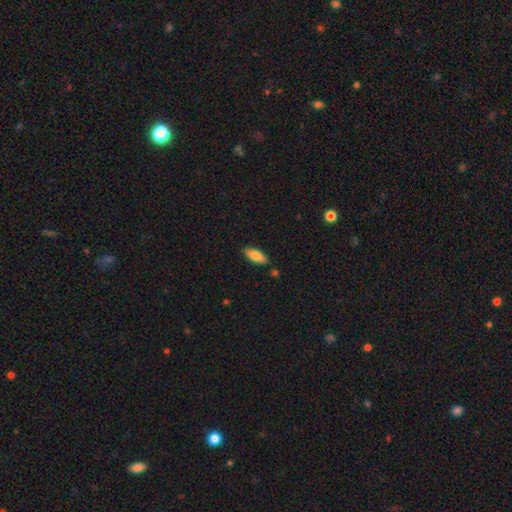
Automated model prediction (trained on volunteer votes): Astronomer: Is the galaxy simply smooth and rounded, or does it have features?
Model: smooth — 83%.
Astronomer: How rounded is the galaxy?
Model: in between — 77%.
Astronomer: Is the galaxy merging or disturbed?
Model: none — 85%.